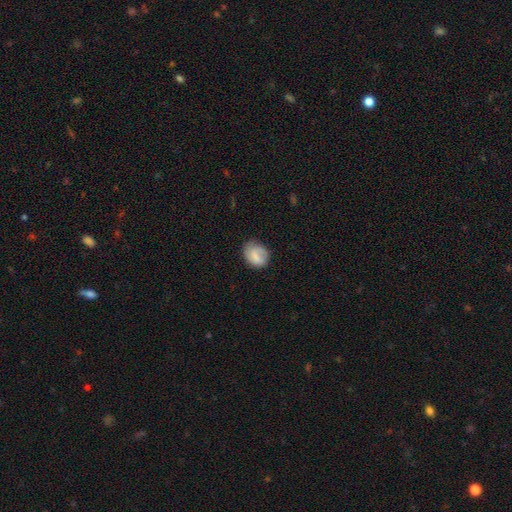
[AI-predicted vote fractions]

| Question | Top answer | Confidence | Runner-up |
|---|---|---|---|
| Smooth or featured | smooth | 67% | featured or disk (25%) |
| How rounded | round | 54% | in between (45%) |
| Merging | none | 64% | minor disturbance (25%) |